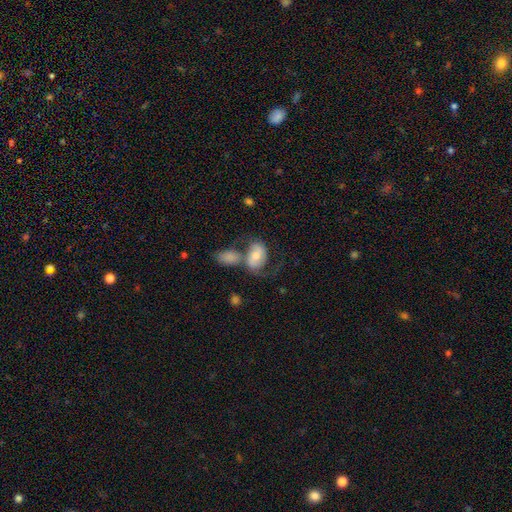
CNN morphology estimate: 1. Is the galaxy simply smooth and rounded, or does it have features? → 51% featured or disk, 42% smooth, 7% star or artifact.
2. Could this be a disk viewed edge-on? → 96% no, 4% yes.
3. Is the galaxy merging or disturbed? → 41% merger, 29% none, 16% major disturbance, 14% minor disturbance.